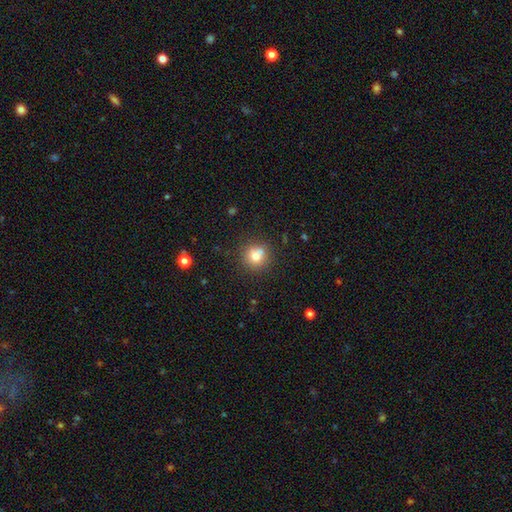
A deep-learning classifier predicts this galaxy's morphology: Overall: smooth (75%). How rounded: round (90%). Merging: none (68%).